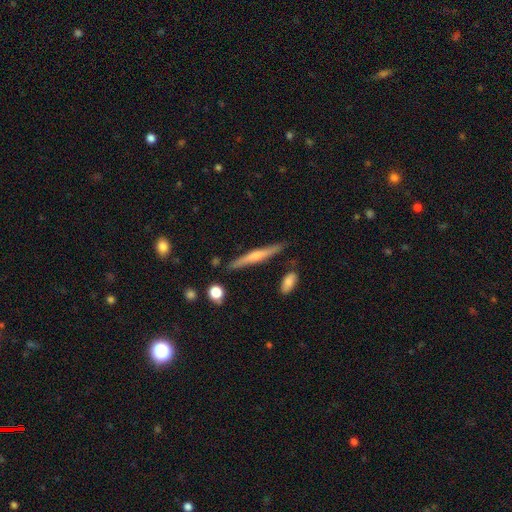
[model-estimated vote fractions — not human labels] A featured or disk galaxy (68%) viewed edge-on (96%) with a rounded central bulge (80%).

Vote fractions:
- Smooth or featured? featured or disk: 68% / smooth: 24% / star or artifact: 8%
- Edge-on disk? yes: 96% / no: 4%
- Edge-on bulge? rounded: 80% / none: 13% / boxy: 7%
- Merging? none: 85% / minor disturbance: 9% / merger: 4% / major disturbance: 2%